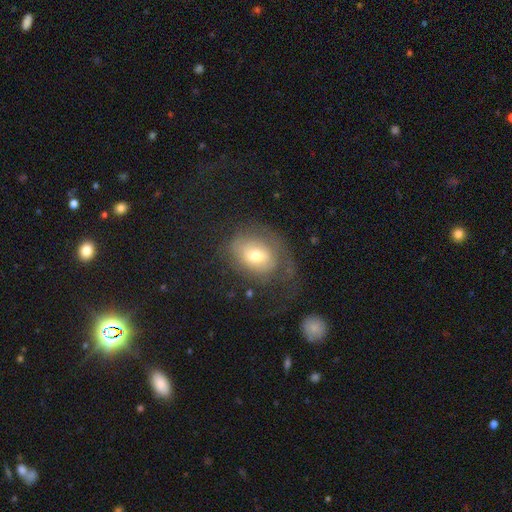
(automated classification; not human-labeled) smooth_or_featured: smooth (p=0.51) [alt: featured or disk p=0.39]
how_rounded: in between (p=0.58) [alt: round p=0.41]
merging: none (p=0.39) [alt: major disturbance p=0.38]